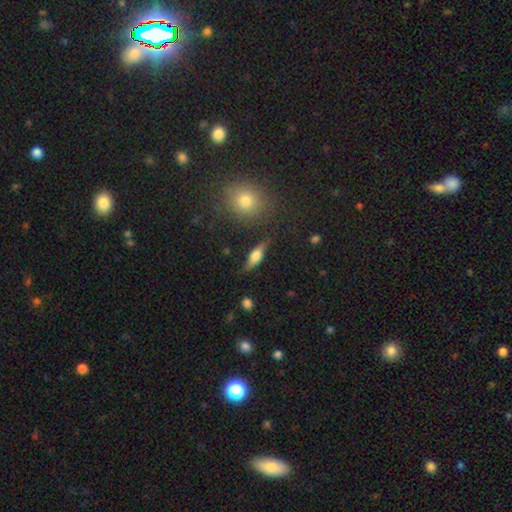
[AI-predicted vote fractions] The model was most divided on "how rounded": in between: 51%, cigar-shaped: 44%, round: 5%. More confident: merging — none (77%); smooth or featured — smooth (53%).